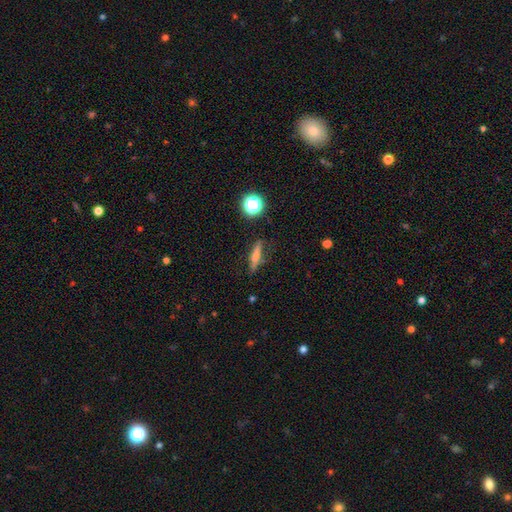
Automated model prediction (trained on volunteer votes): smooth-or-featured: smooth: 62% | featured or disk: 26% | star or artifact: 12%
  how-rounded: cigar-shaped: 79% | in between: 16% | round: 6%
  merging: none: 78% | minor disturbance: 15% | major disturbance: 4% | merger: 3%